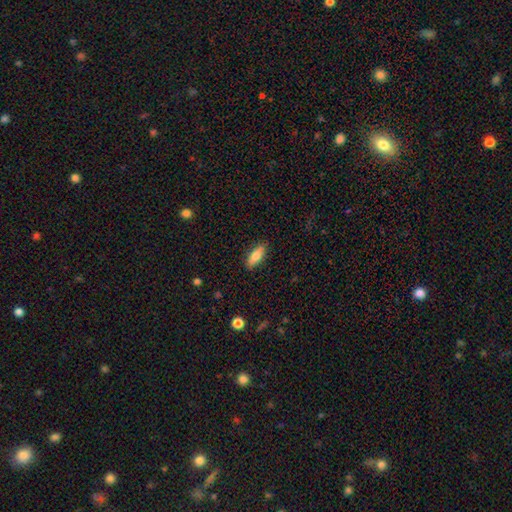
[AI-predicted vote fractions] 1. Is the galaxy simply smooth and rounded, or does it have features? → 77% smooth, 16% featured or disk, 7% star or artifact.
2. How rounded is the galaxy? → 71% in between, 26% cigar-shaped, 2% round.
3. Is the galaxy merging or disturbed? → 88% none, 9% minor disturbance, 2% major disturbance, 1% merger.